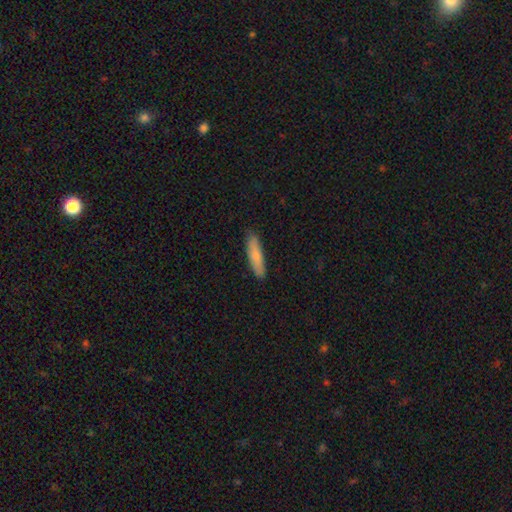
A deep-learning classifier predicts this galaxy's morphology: smooth_or_featured: smooth (p=0.74) [alt: featured or disk p=0.20]
how_rounded: cigar-shaped (p=0.74) [alt: in between p=0.24]
merging: none (p=0.87) [alt: minor disturbance p=0.10]